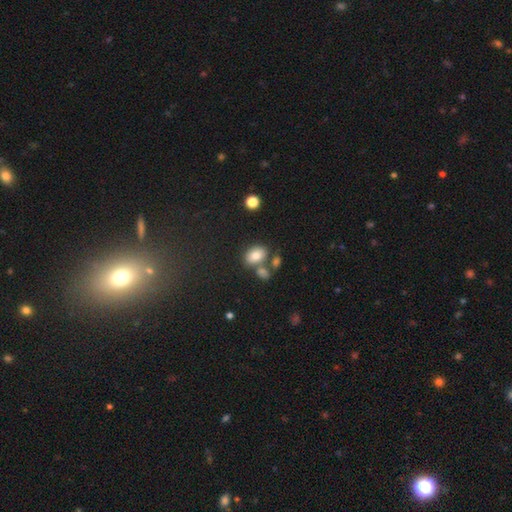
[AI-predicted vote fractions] Smooth or featured?
  - smooth: 78% *
  - featured or disk: 12%
  - star or artifact: 10%
How rounded?
  - in between: 83% *
  - round: 16%
  - cigar-shaped: 1%
Merging?
  - none: 56% *
  - merger: 25%
  - minor disturbance: 13%
  - major disturbance: 5%